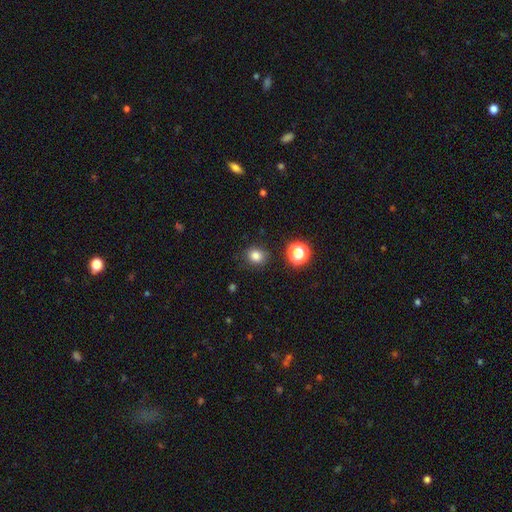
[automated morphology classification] type=smooth (81%); roundness=round (73%); merging=none (87%).